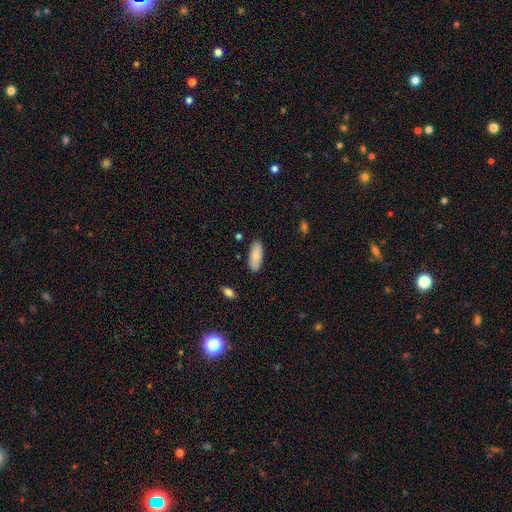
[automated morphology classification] Smooth or featured? Predicted: smooth (p=0.85). How rounded? Predicted: in between (p=0.80). Merging? Predicted: none (p=0.87).